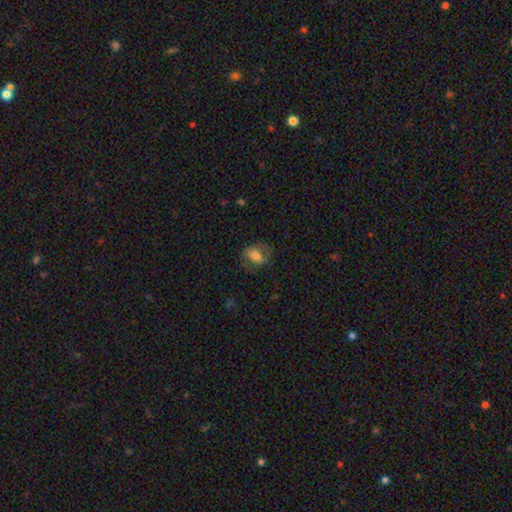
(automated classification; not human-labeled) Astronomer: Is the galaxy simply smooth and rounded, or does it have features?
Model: smooth — 52% (runner-up: featured or disk, 39%).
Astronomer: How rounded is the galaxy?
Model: in between — 64%.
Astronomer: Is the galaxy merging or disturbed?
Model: none — 67%.